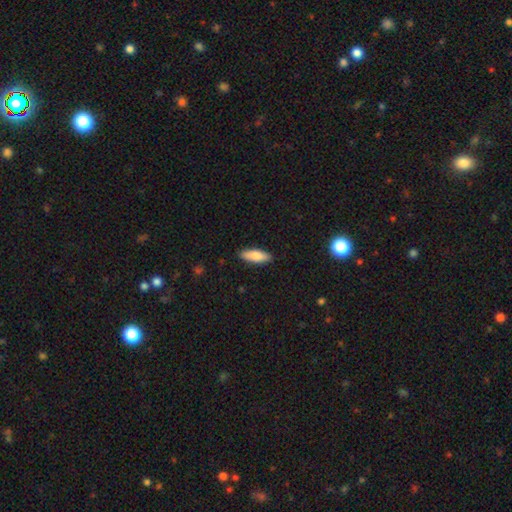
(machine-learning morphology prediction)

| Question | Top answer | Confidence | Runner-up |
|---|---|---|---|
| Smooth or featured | smooth | 79% | featured or disk (15%) |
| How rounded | in between | 56% | cigar-shaped (42%) |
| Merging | none | 88% | minor disturbance (9%) |